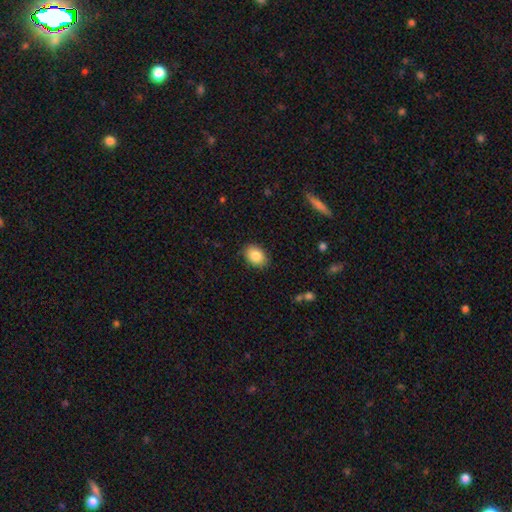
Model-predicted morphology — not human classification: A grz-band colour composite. It shows a smooth galaxy with no disk features (86%) that is in between round and cigar-shaped (79%). Merging: none (88%).